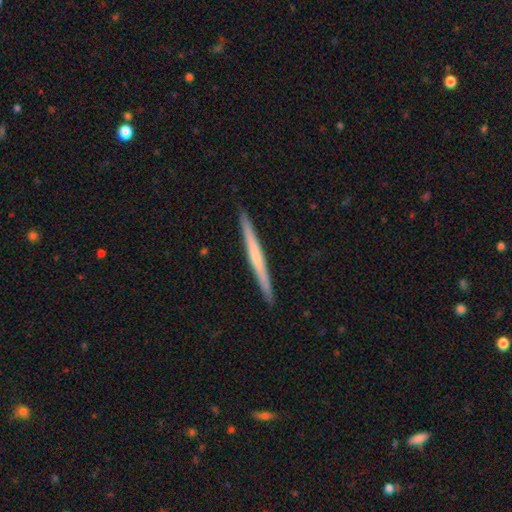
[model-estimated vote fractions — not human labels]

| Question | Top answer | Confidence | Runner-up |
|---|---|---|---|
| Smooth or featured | featured or disk | 54% | smooth (41%) |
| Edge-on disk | yes | 98% | no (2%) |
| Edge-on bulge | none | 69% | rounded (25%) |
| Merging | none | 93% | minor disturbance (5%) |